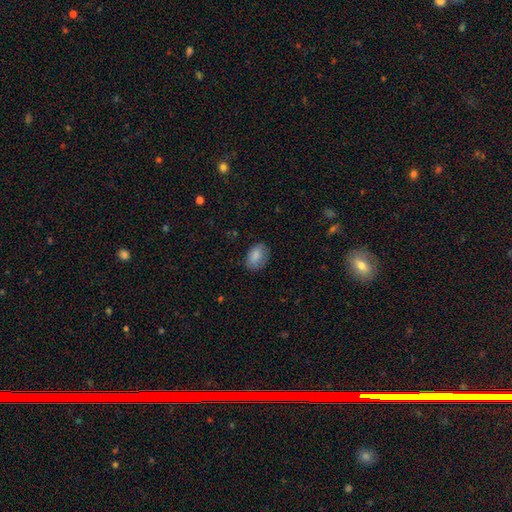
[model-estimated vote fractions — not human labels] Morphology: type=smooth (85%); roundness=in between (85%); merging=none (75%).